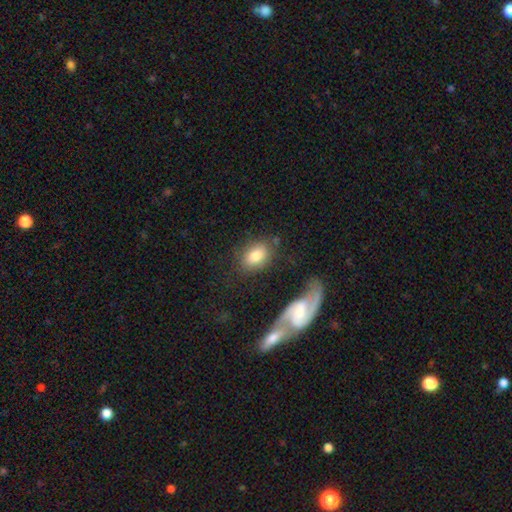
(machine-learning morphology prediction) Smooth or featured? Predicted: smooth (p=0.79). How rounded? Predicted: in between (p=0.74). Merging? Predicted: none (p=0.71).